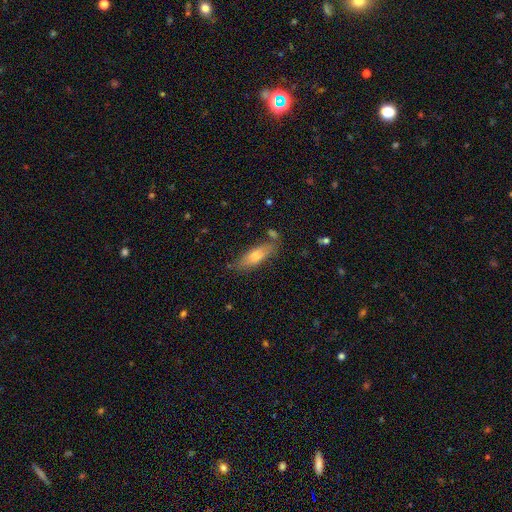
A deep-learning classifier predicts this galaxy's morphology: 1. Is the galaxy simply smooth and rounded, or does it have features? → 70% smooth, 24% featured or disk, 7% star or artifact.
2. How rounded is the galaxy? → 51% cigar-shaped, 47% in between, 2% round.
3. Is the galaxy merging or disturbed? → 72% none, 18% minor disturbance, 6% merger, 4% major disturbance.